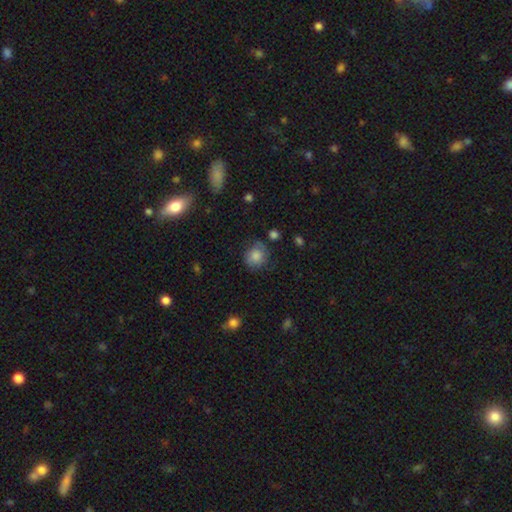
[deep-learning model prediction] Smooth or featured? Predicted: smooth (p=0.75). How rounded? Predicted: round (p=0.79). Merging? Predicted: none (p=0.69).